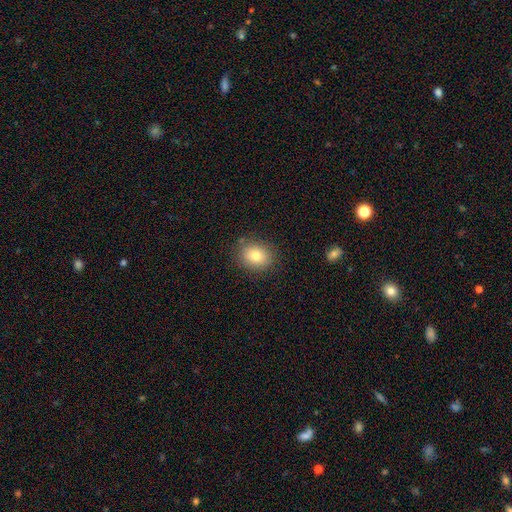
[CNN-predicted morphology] Smooth or featured? Predicted: smooth (p=0.78). How rounded? Predicted: round (p=0.60). Merging? Predicted: none (p=0.84).